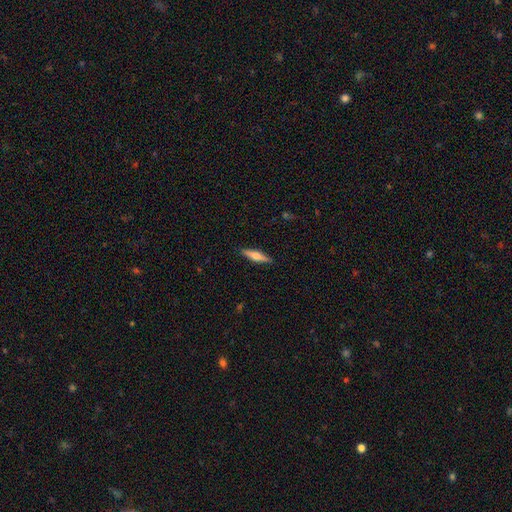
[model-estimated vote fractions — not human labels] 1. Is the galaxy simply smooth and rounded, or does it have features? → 48% featured or disk, 46% smooth, 6% star or artifact.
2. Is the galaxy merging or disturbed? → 89% none, 8% minor disturbance, 2% major disturbance, 1% merger.